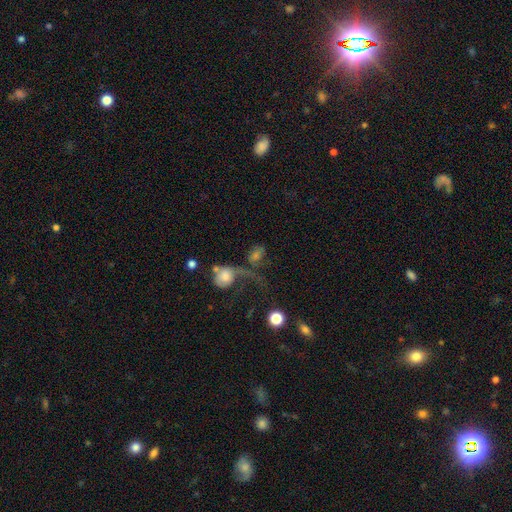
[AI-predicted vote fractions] A smooth galaxy with no disk features (49%). Merging: major disturbance (36%).